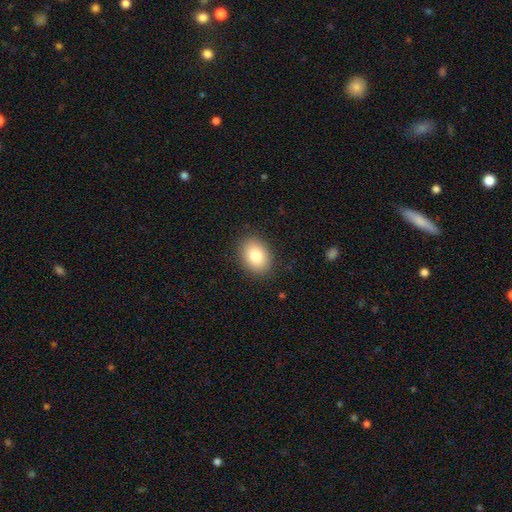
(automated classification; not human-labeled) smooth 83%, featured or disk 9%, star or artifact 8%. Down the decision tree: how rounded — in between (71%); merging — none (88%).